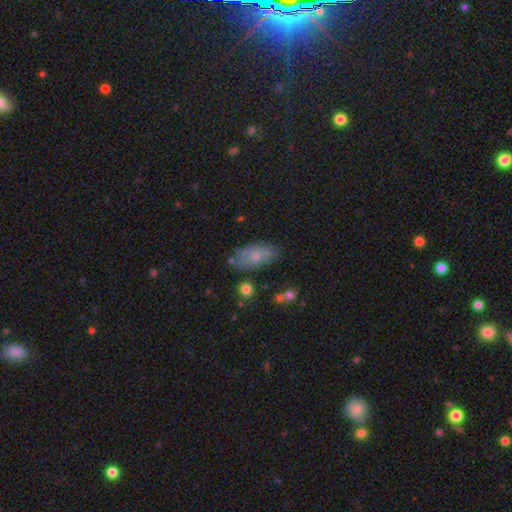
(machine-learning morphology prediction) Overall: smooth (69%). How rounded: in between (91%). Merging: none (71%).